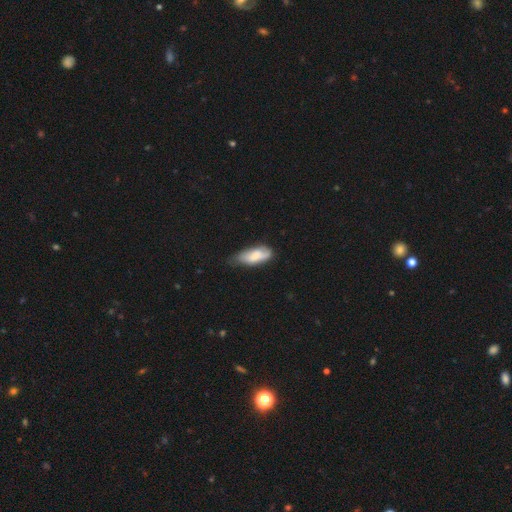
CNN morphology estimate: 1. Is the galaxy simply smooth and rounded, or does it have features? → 73% smooth, 21% featured or disk, 6% star or artifact.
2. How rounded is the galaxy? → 78% in between, 20% cigar-shaped, 2% round.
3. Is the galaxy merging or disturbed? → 43% none (tied), 43% minor disturbance (tied), 11% major disturbance, 3% merger.